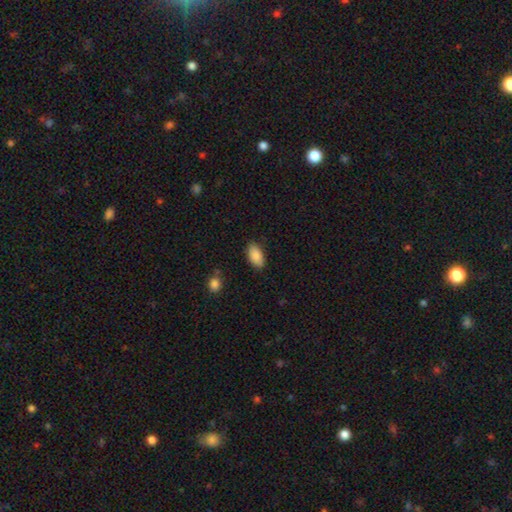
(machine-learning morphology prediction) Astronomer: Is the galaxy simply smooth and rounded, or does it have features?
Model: smooth — 88%.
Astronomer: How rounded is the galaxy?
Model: in between — 93%.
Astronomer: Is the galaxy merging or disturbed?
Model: none — 84%.